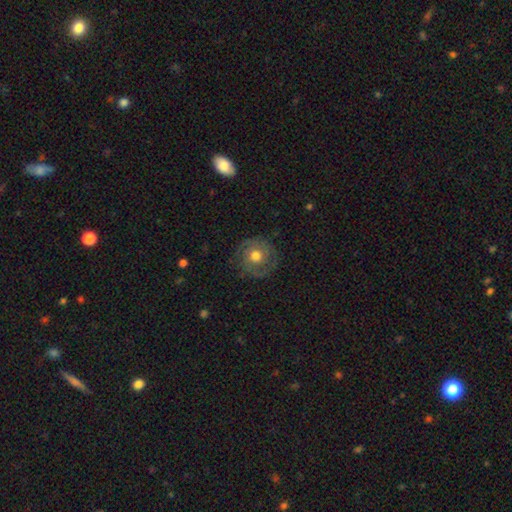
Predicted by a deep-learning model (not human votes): This is possibly a featured or disk galaxy (50%). Merging: likely none (77%).